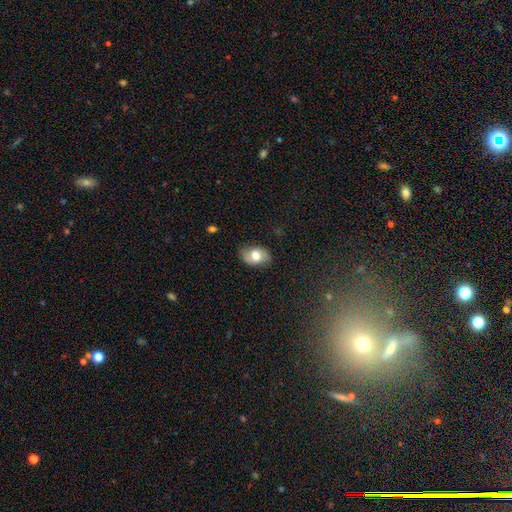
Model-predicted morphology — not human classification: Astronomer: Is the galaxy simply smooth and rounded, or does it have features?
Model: smooth — 67%.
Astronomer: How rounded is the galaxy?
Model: in between — 87%.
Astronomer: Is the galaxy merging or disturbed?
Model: none — 80%.